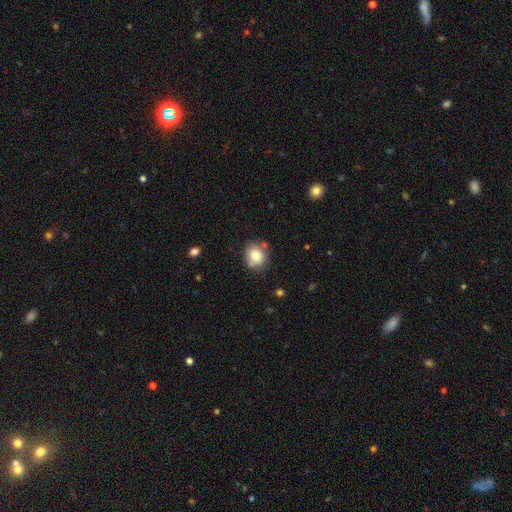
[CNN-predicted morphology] A smooth galaxy with no disk features (78%) that is round (75%). Merging: none (76%).